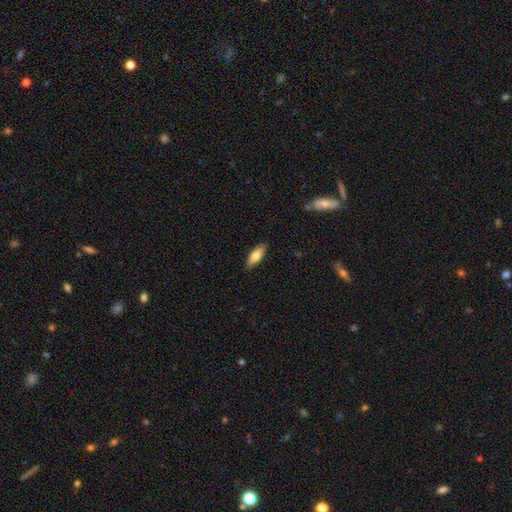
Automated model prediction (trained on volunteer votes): smooth 72%, featured or disk 22%, star or artifact 6%. Down the decision tree: how rounded — in between (63%); merging — none (88%).